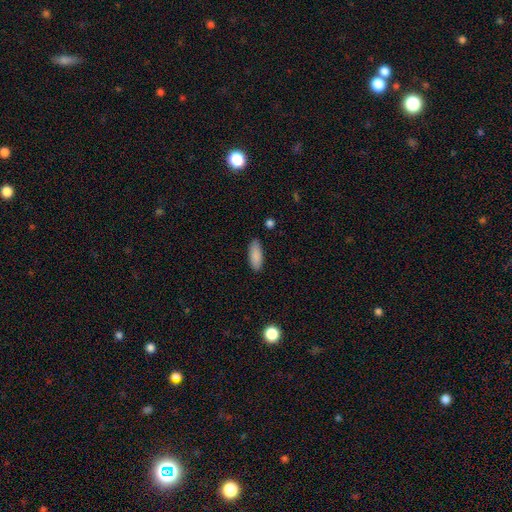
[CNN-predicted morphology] Smooth or featured? smooth (88%)
How rounded? in between (72%)
Merging? none (86%)